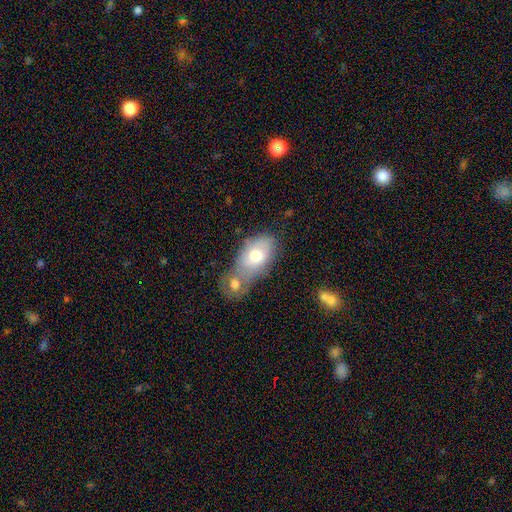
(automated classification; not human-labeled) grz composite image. It shows a smooth galaxy with no disk features (67%) that is in between round and cigar-shaped (90%). Merging: merger (48%).